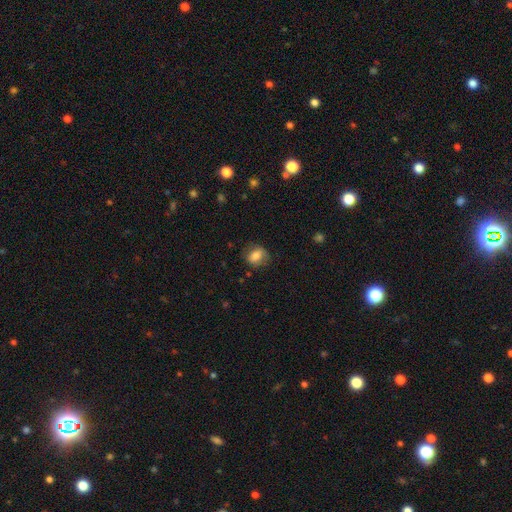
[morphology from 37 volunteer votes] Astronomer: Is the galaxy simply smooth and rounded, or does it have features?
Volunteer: smooth — 84%.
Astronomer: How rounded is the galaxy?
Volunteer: in between — 58% (runner-up: round, 39%).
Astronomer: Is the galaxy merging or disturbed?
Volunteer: none — 51% (runner-up: minor disturbance, 29%).